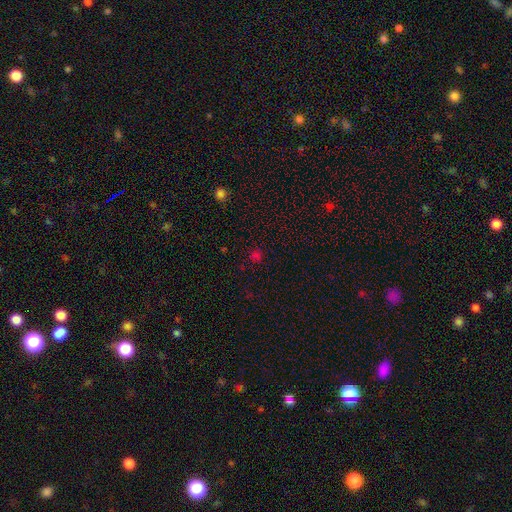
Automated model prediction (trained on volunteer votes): The model was most divided on "smooth or featured": smooth: 64%, star or artifact: 31%, featured or disk: 4%. More confident: how rounded — round (90%); merging — none (86%).